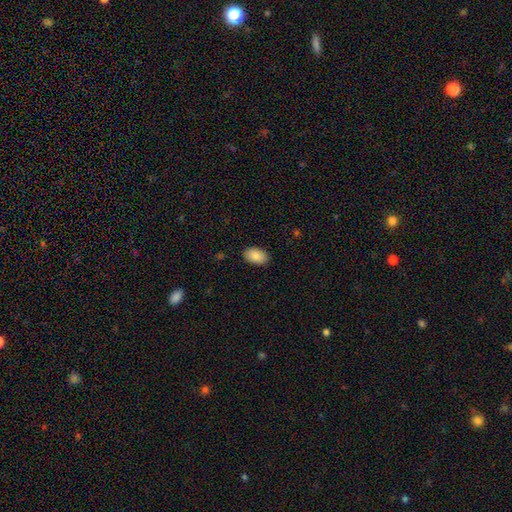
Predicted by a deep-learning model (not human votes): Overall: smooth (88%). How rounded: in between (92%). Merging: none (88%).